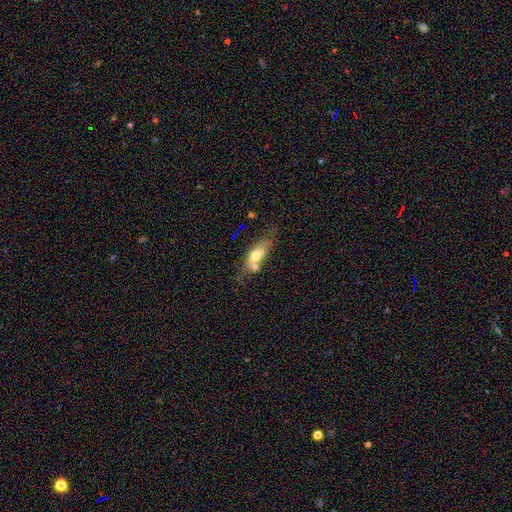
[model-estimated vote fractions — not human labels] Overall: smooth (58%; featured or disk 34%). How rounded: in between (67%; cigar-shaped 28%). Merging: none (49%; merger 24%).